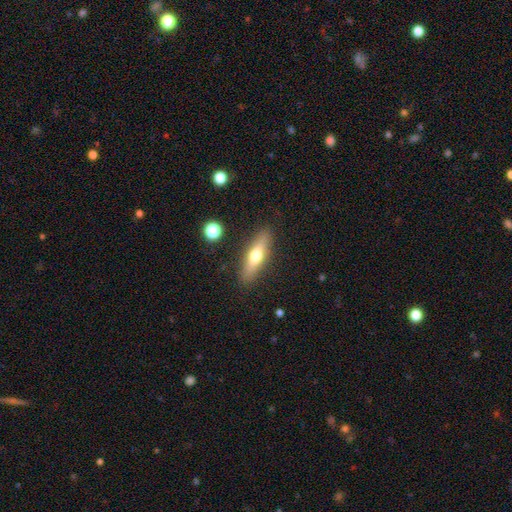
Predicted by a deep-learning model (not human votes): smooth-or-featured: smooth: 52% | featured or disk: 41% | star or artifact: 7%
  how-rounded: cigar-shaped: 67% | in between: 31% | round: 3%
  merging: none: 88% | minor disturbance: 9% | major disturbance: 2% | merger: 2%